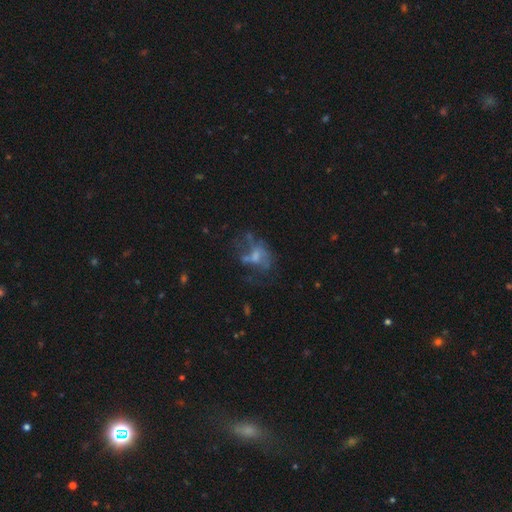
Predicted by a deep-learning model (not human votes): Morphology: type=featured or disk (58%); edge-on=no (97%); bar=no (73%); spiral arms=no (69%); bulge=moderate (35%, tied with small); merging=none (36%).